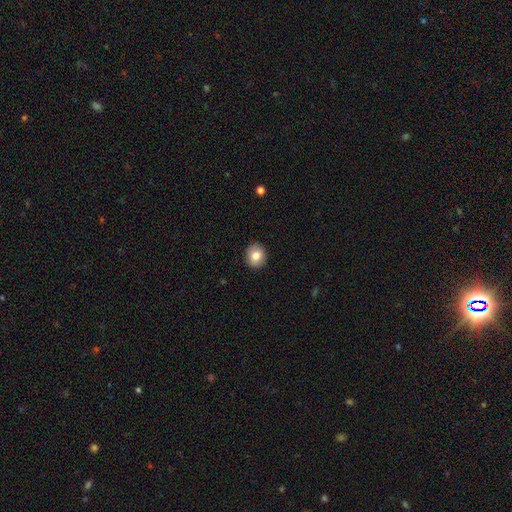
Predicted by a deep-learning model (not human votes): This appears to be a smooth galaxy with no disk features (82%) that is round (73%). Merging: none (91%).